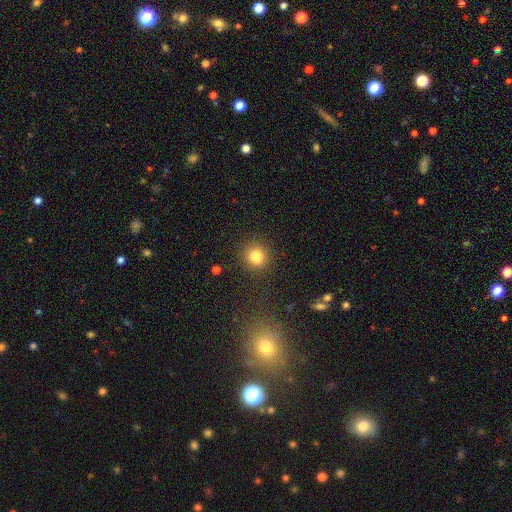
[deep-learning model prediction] Smooth or featured: smooth — 76% (star or artifact — 13%)
How rounded: round — 82% (in between — 17%)
Merging: none — 62% (merger — 22%)